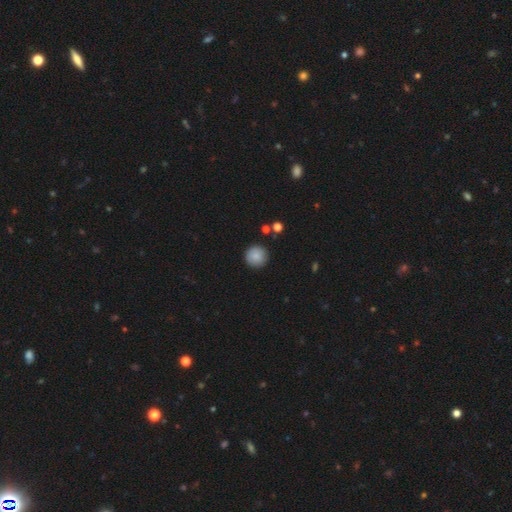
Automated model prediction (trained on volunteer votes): Morphology: type=smooth (87%); roundness=round (95%); merging=none (90%).